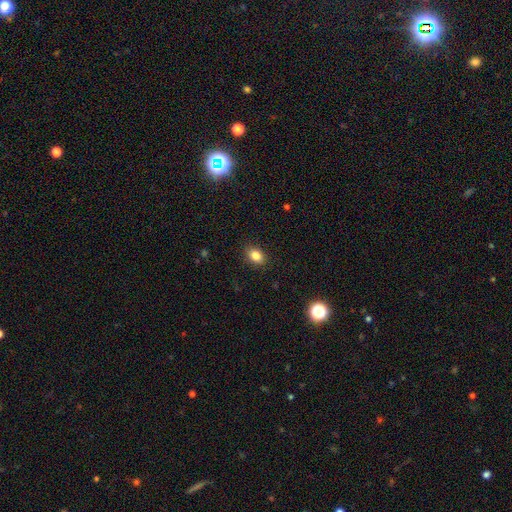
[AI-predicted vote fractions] Overall: smooth (84%). How rounded: in between (74%). Merging: none (88%).